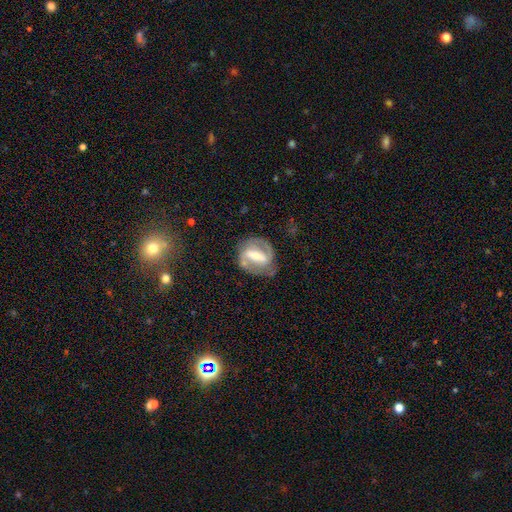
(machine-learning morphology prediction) Q: Smooth or featured?
A: featured or disk (80%); runner-up: smooth (15%)
Q: Edge-on disk?
A: no (94%); runner-up: yes (6%)
Q: Bar?
A: strong (72%); runner-up: weak (21%)
Q: Spiral arms?
A: yes (80%); runner-up: no (20%)
Q: Spiral winding?
A: medium (47%); runner-up: tight (37%)
Q: Spiral arm count?
A: 2 (85%); runner-up: can't tell (8%)
Q: Bulge size?
A: moderate (48%); runner-up: small (35%)
Q: Merging?
A: none (70%); runner-up: minor disturbance (18%)